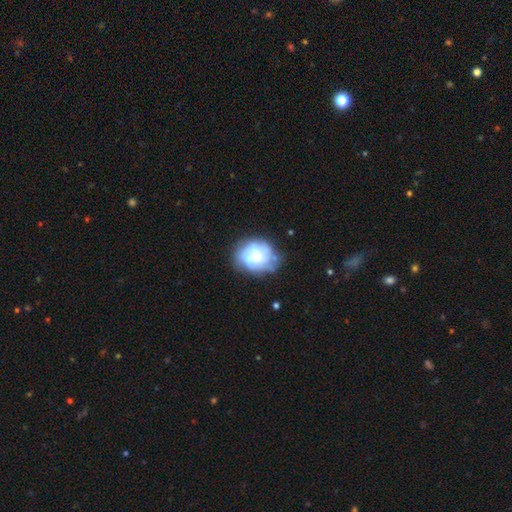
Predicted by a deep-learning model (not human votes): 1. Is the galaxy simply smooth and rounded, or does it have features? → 57% featured or disk, 36% smooth, 7% star or artifact.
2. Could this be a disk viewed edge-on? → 98% no, 2% yes.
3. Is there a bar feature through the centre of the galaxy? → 73% no, 23% weak, 4% strong.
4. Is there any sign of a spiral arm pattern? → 72% yes, 28% no.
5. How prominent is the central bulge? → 48% moderate, 37% small, 10% large, 4% none, 2% dominant.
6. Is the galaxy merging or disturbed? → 64% none, 22% minor disturbance, 10% major disturbance, 3% merger.